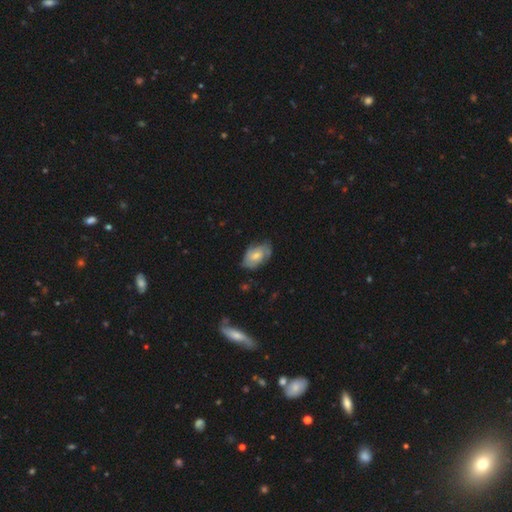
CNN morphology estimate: Smooth or featured: smooth — 50% (featured or disk — 44%)
Merging: none — 60% (minor disturbance — 30%)